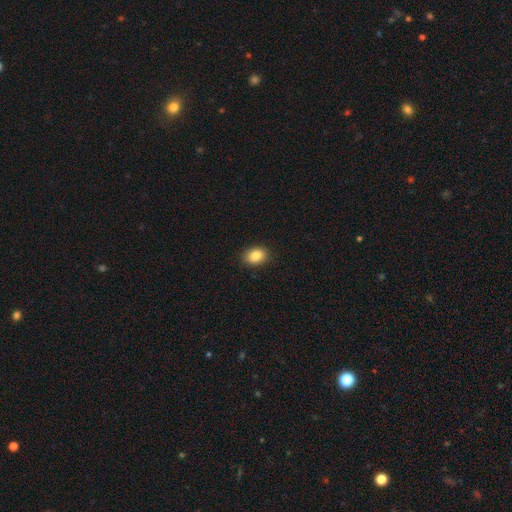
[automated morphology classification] Smooth or featured? smooth (86%)
How rounded? in between (75%)
Merging? none (89%)